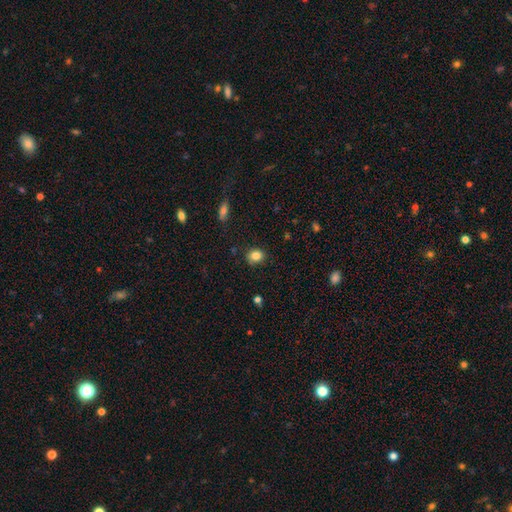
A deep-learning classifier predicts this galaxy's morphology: Overall: smooth (84%). How rounded: round (61%; in between 38%). Merging: none (83%).